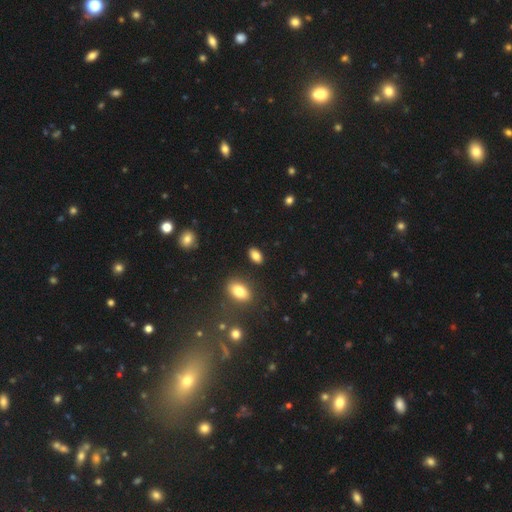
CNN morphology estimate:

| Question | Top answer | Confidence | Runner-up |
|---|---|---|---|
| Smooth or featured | smooth | 84% | star or artifact (9%) |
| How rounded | in between | 91% | round (5%) |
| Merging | none | 87% | minor disturbance (8%) |